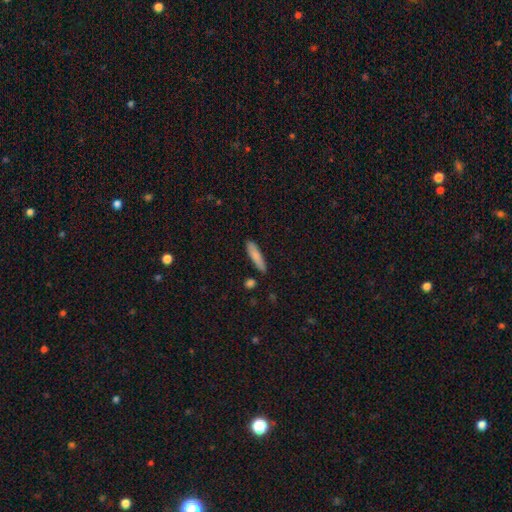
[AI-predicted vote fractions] Smooth or featured: smooth — 83% (featured or disk — 11%)
How rounded: cigar-shaped — 75% (in between — 24%)
Merging: none — 84% (minor disturbance — 11%)